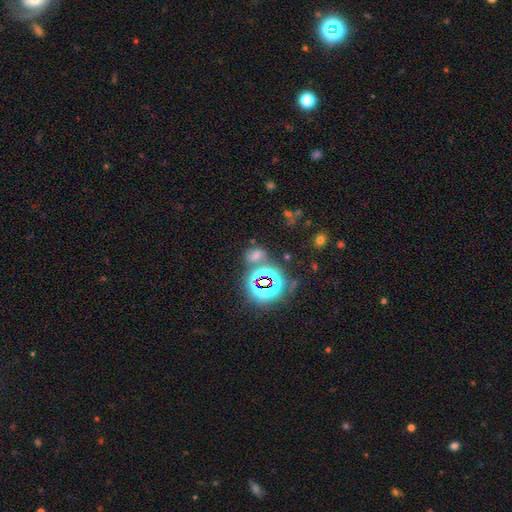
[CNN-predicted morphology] type=star or artifact (49%).